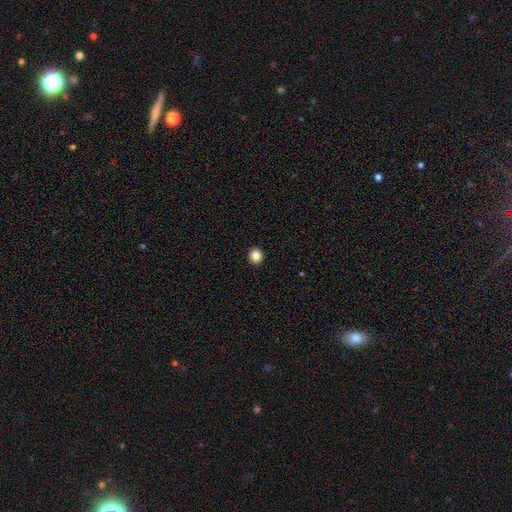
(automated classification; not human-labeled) Smooth or featured?
  - smooth: 86% *
  - star or artifact: 10%
  - featured or disk: 4%
How rounded?
  - round: 87% *
  - in between: 12%
  - cigar-shaped: 1%
Merging?
  - none: 94% *
  - minor disturbance: 4%
  - major disturbance: 1%
  - merger: 1%